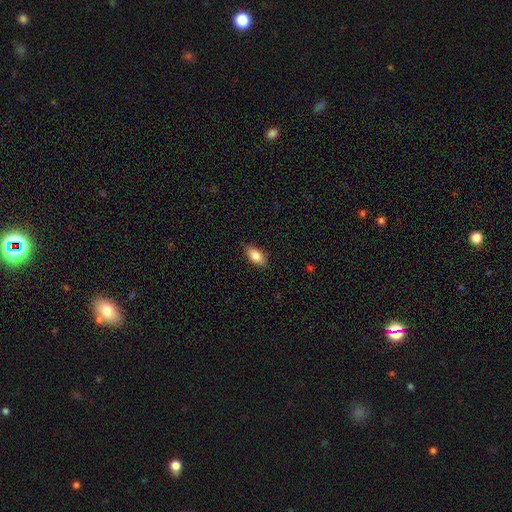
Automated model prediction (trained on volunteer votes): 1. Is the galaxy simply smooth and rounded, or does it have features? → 84% smooth, 9% featured or disk, 7% star or artifact.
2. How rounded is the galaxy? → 90% in between, 6% cigar-shaped, 4% round.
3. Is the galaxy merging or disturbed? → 84% none, 13% minor disturbance, 3% major disturbance, 1% merger.